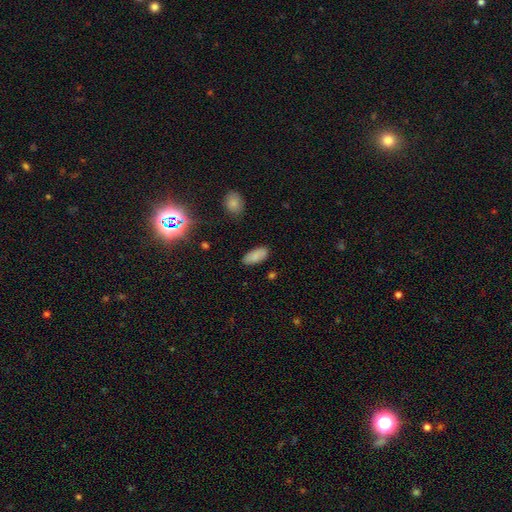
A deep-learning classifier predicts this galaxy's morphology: Overall: smooth (84%). How rounded: in between (91%). Merging: none (84%).